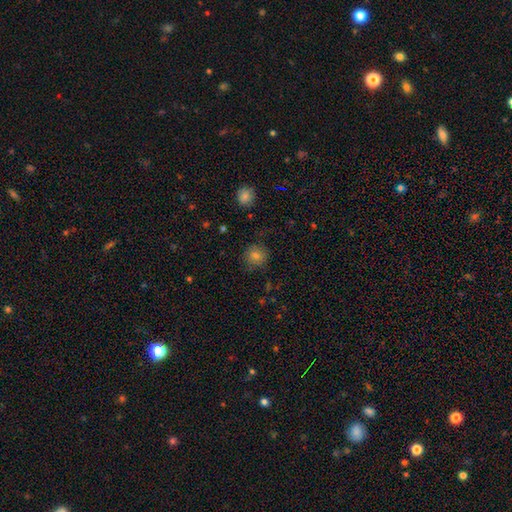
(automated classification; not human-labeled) Smooth or featured: smooth — 76% (star or artifact — 14%)
How rounded: round — 90% (in between — 9%)
Merging: none — 82% (minor disturbance — 13%)